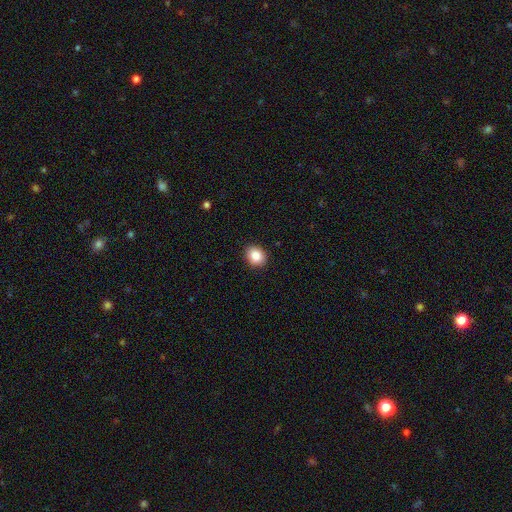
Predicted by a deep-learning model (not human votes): smooth 86%, star or artifact 9%, featured or disk 5%. Down the decision tree: how rounded — round (62%); merging — none (91%).